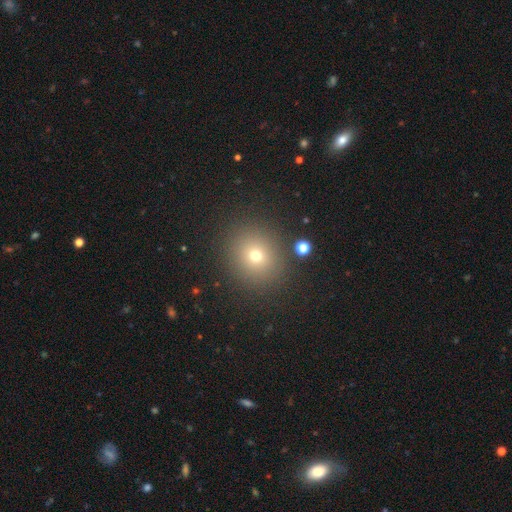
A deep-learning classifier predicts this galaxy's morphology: type=smooth (69%); roundness=round (83%); merging=none (88%).